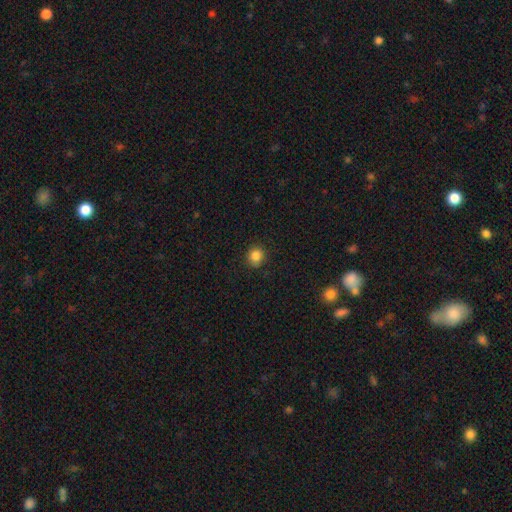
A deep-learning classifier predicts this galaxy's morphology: smooth 85%, star or artifact 11%, featured or disk 4%. Down the decision tree: how rounded — round (83%); merging — none (87%).